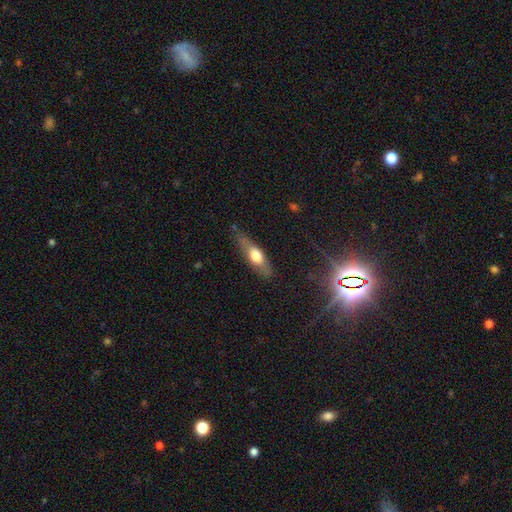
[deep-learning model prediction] Q: Smooth or featured?
A: smooth (53%); runner-up: featured or disk (41%)
Q: How rounded?
A: cigar-shaped (56%); runner-up: in between (41%)
Q: Merging?
A: none (75%); runner-up: minor disturbance (18%)